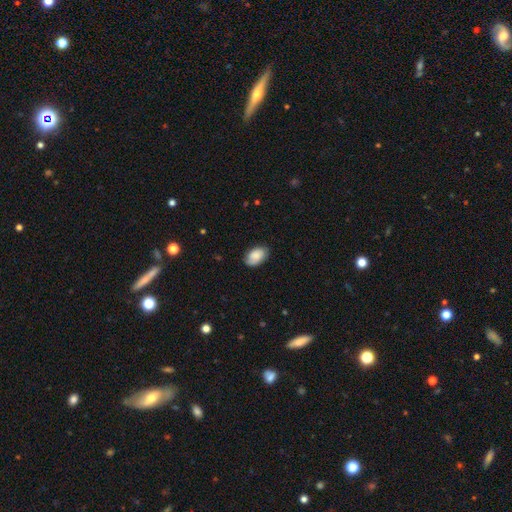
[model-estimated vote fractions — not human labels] Smooth or featured?
  - smooth: 79% *
  - featured or disk: 14%
  - star or artifact: 7%
How rounded?
  - in between: 92% *
  - round: 7%
  - cigar-shaped: 1%
Merging?
  - none: 77% *
  - minor disturbance: 18%
  - major disturbance: 4%
  - merger: 1%